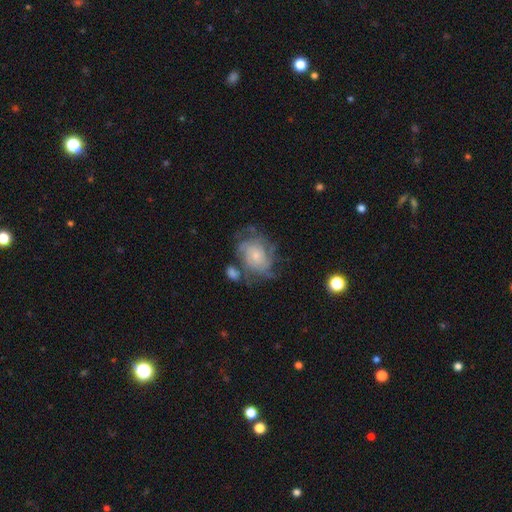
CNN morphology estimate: Smooth or featured: featured or disk — 78% (smooth — 15%)
Edge-on disk: no — 97% (yes — 3%)
Bar: no — 75% (weak — 21%)
Spiral arms: yes — 92% (no — 8%)
Spiral winding: tight — 62% (medium — 29%)
Spiral arm count: can't tell — 40% (3 — 17%)
Bulge size: small — 65% (moderate — 26%)
Merging: none — 57% (minor disturbance — 20%)